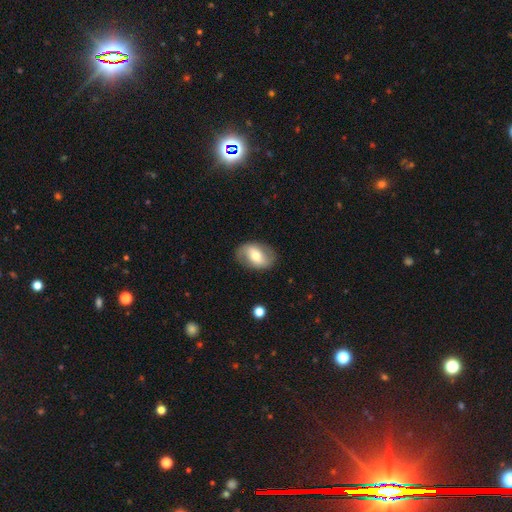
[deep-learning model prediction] A featured or disk galaxy (51%).

Vote fractions:
- Smooth or featured? featured or disk: 51% / smooth: 42% / star or artifact: 7%
- Edge-on disk? no: 95% / yes: 5%
- Merging? none: 80% / minor disturbance: 14% / major disturbance: 5% / merger: 1%